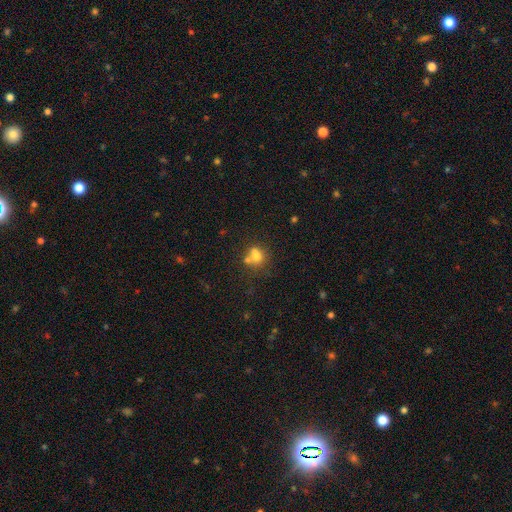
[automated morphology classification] Smooth or featured? Predicted: smooth (p=0.72). How rounded? Predicted: round (p=0.62). Merging? Predicted: none (p=0.42).